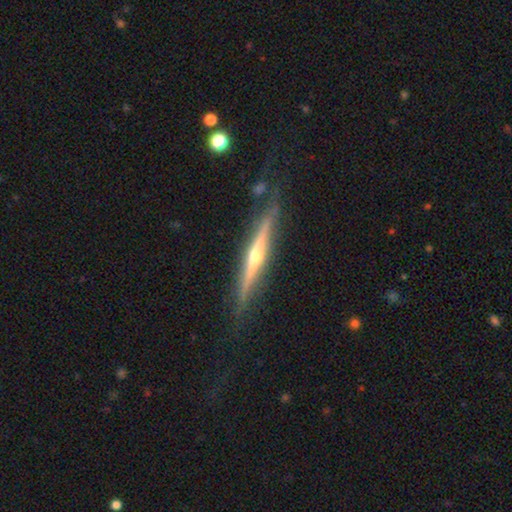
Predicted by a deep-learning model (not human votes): Smooth or featured? featured or disk (81%)
Edge-on disk? yes (97%)
Edge-on bulge? rounded (86%)
Merging? none (81%)